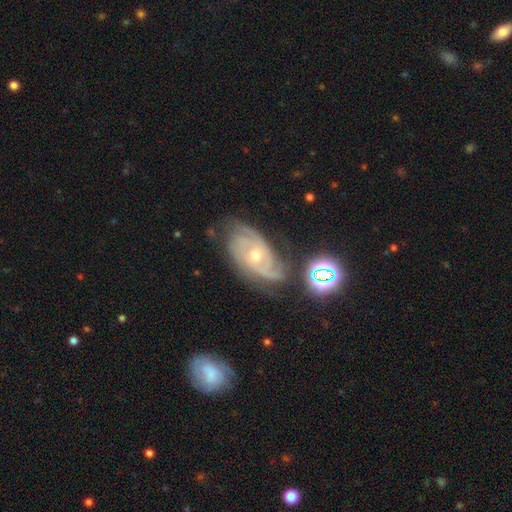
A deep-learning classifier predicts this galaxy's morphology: featured or disk 84%, star or artifact 8%, smooth 8%. Down the decision tree: edge-on disk — no (96%); bar — no (70%); spiral arms — yes (96%); spiral arm count — 3 (33%); spiral winding — tight (59%); bulge size — moderate (49%); merging — none (65%).